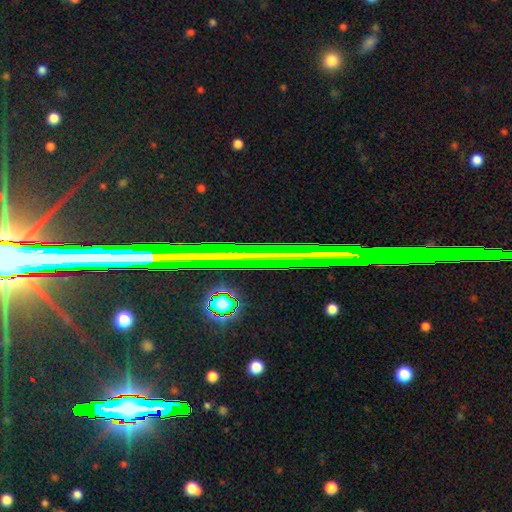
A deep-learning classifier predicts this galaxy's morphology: Smooth or featured: star or artifact — 71% (featured or disk — 19%)